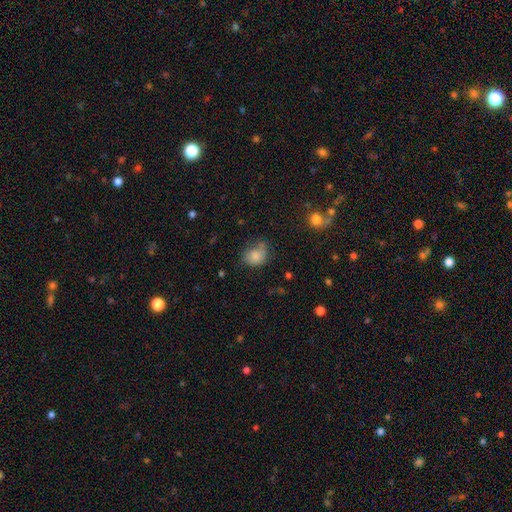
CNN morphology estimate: This is clearly a smooth galaxy (81%). How rounded: possibly round (50%). Merging: possibly none (48%).